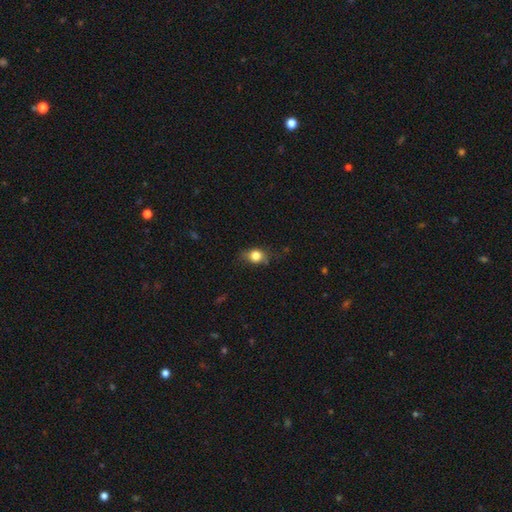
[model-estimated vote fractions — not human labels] A smooth galaxy with no disk features (78%) that is round (49%).

Vote fractions:
- Smooth or featured? smooth: 78% / featured or disk: 12% / star or artifact: 10%
- How rounded? round: 49% / in between: 48% / cigar-shaped: 2%
- Merging? none: 64% / minor disturbance: 26% / major disturbance: 8% / merger: 1%